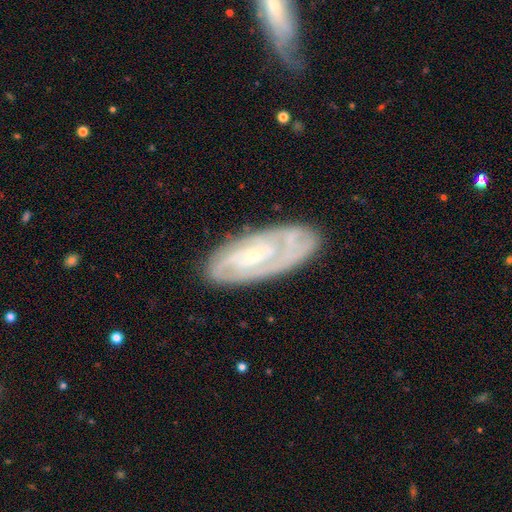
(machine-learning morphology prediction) Q: Smooth or featured?
A: featured or disk (78%); runner-up: smooth (16%)
Q: Edge-on disk?
A: no (90%); runner-up: yes (10%)
Q: Bar?
A: no (63%); runner-up: weak (29%)
Q: Spiral arms?
A: yes (90%); runner-up: no (10%)
Q: Spiral winding?
A: tight (69%); runner-up: medium (24%)
Q: Spiral arm count?
A: can't tell (42%); runner-up: 2 (26%)
Q: Bulge size?
A: small (74%); runner-up: moderate (19%)
Q: Merging?
A: none (76%); runner-up: minor disturbance (17%)